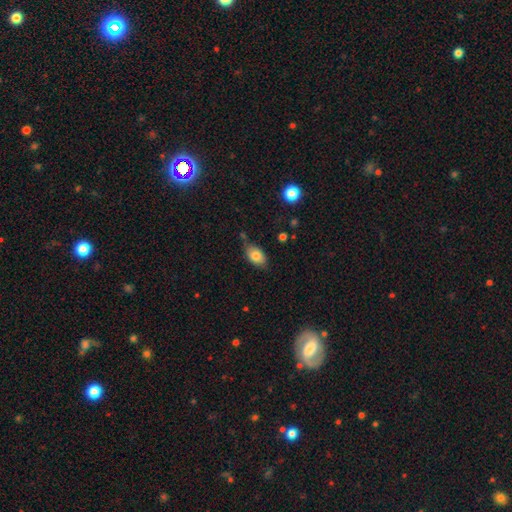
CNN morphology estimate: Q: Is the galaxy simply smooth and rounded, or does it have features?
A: smooth — 81%.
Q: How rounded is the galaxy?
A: in between — 88%.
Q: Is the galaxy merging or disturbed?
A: none — 68%.